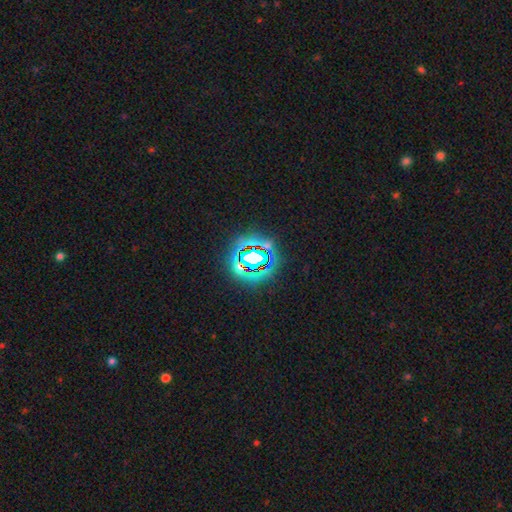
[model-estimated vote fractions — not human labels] Smooth or featured?
  - star or artifact: 75% *
  - smooth: 15%
  - featured or disk: 10%